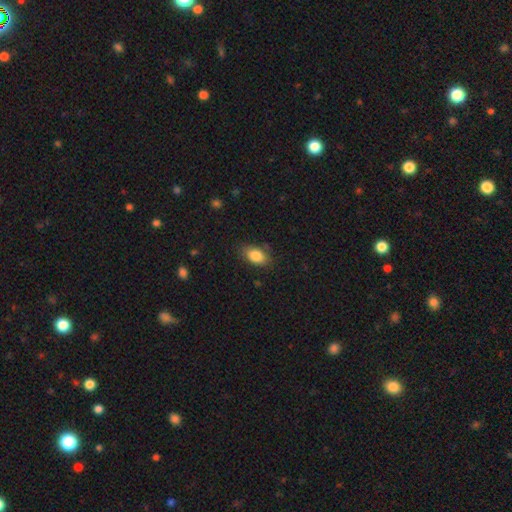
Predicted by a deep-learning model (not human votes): Morphology: type=smooth (84%); roundness=in between (89%); merging=none (80%).